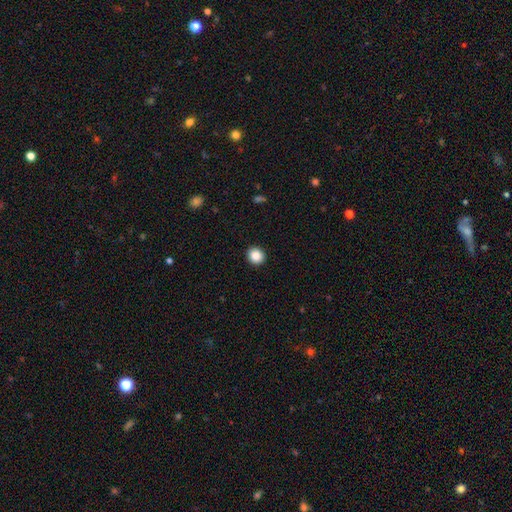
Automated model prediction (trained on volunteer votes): smooth_or_featured: smooth (p=0.86) [alt: star or artifact p=0.10]
how_rounded: round (p=0.87) [alt: in between p=0.12]
merging: none (p=0.93) [alt: minor disturbance p=0.05]